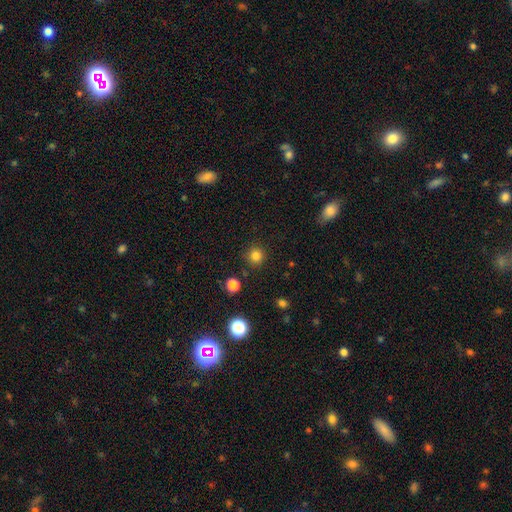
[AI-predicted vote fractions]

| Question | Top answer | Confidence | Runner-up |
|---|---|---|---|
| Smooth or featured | smooth | 82% | star or artifact (14%) |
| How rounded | round | 93% | in between (6%) |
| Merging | none | 89% | minor disturbance (7%) |